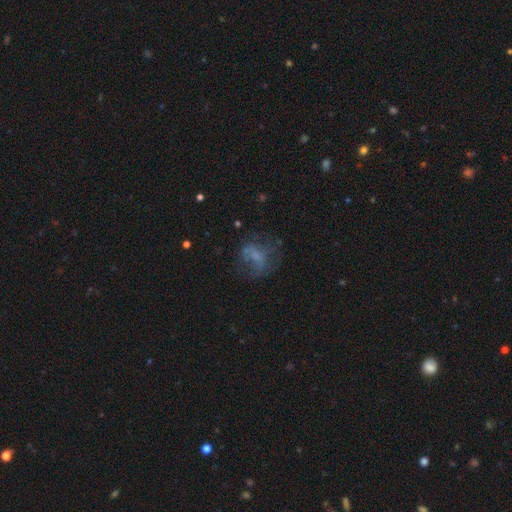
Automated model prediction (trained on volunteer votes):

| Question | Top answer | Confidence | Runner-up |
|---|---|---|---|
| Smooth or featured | featured or disk | 42% | smooth (40%) |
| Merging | none | 44% | major disturbance (32%) |